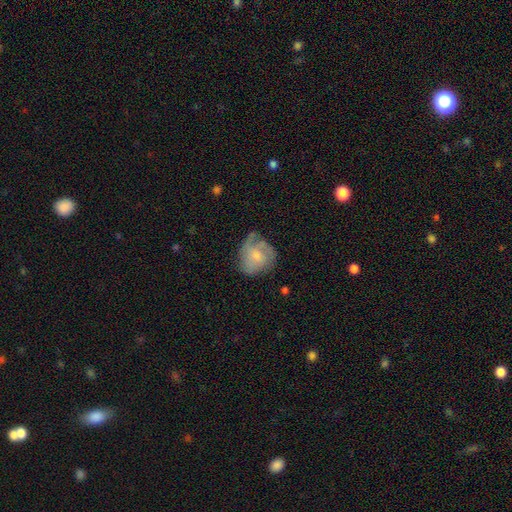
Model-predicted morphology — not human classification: This is possibly a featured or disk galaxy (52%). It is clearly not viewed edge-on (97%). Bar: likely no (73%). Spiral arm pattern: likely yes (75%). Central bulge: possibly small (48%). Merging: possibly none (49%).